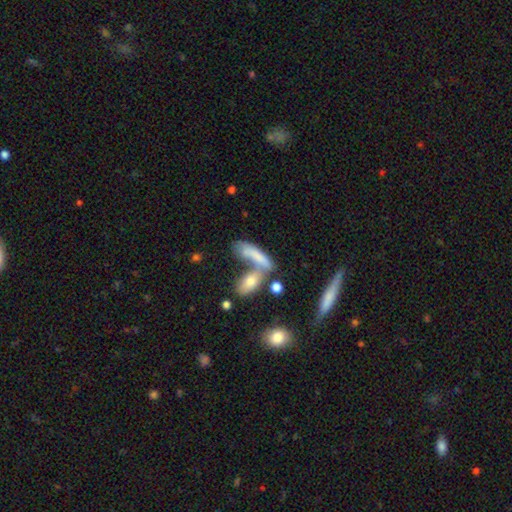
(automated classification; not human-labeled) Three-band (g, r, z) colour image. It shows a smooth galaxy with no disk features (70%) that is cigar-shaped (53%). Merging: merger (47%).